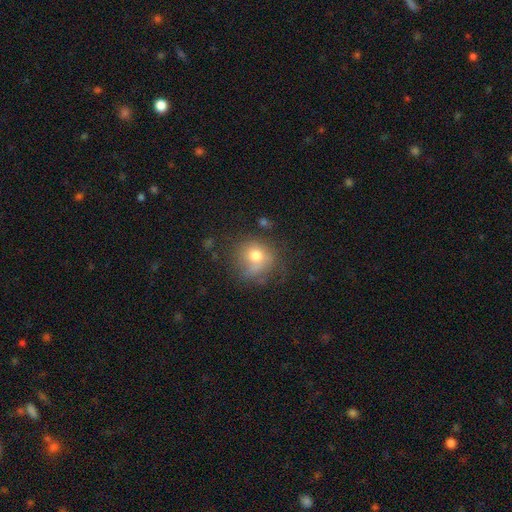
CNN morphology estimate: smooth 70%, featured or disk 18%, star or artifact 12%. Down the decision tree: how rounded — round (83%); merging — none (55%).